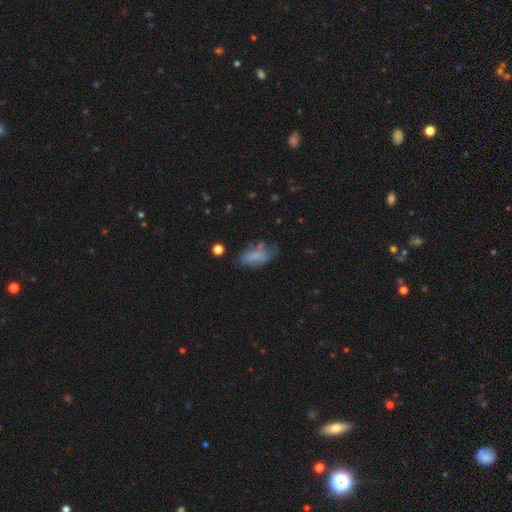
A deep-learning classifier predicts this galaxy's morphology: Smooth or featured? smooth (70%)
How rounded? in between (87%)
Merging? none (49%)